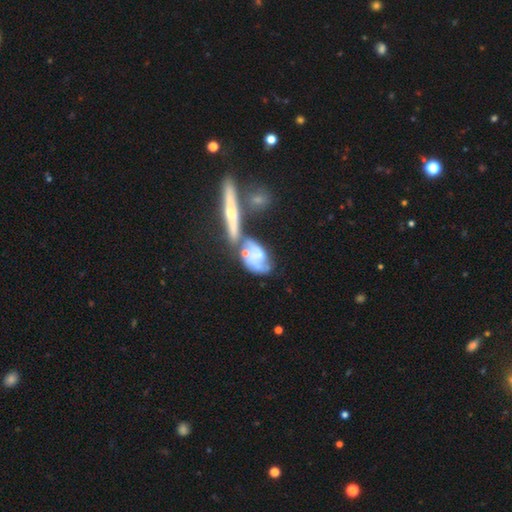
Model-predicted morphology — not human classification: type=featured or disk (62%); edge-on=no (83%); bar=no (76%); spiral arms=yes (61%); bulge=small (49%); merging=merger (40%).